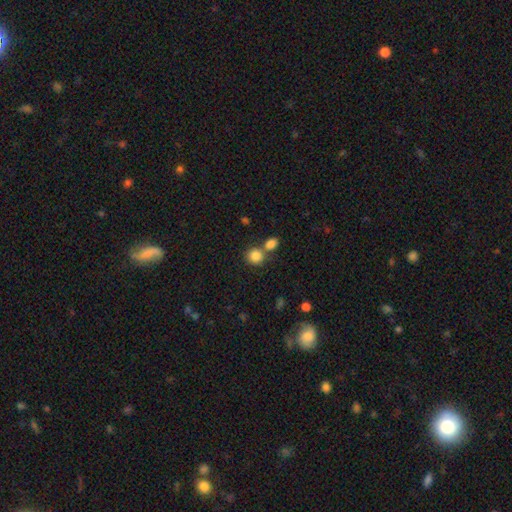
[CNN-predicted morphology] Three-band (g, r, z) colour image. It shows a smooth galaxy with no disk features (85%) that is round (82%). Merging: none (55%).